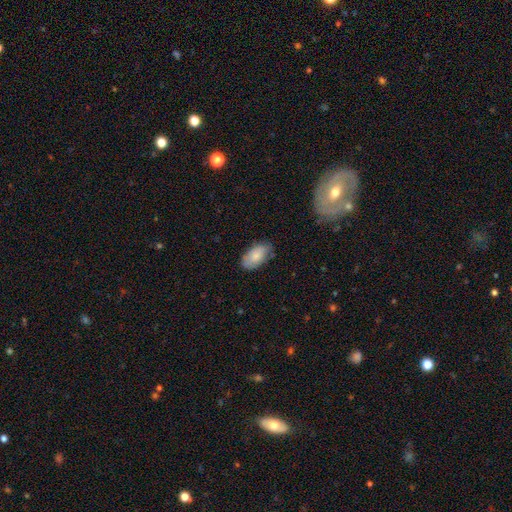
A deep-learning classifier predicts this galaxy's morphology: smooth-or-featured: smooth: 83% | featured or disk: 11% | star or artifact: 6%
  how-rounded: in between: 94% | round: 3% | cigar-shaped: 3%
  merging: none: 75% | minor disturbance: 20% | major disturbance: 4% | merger: 1%